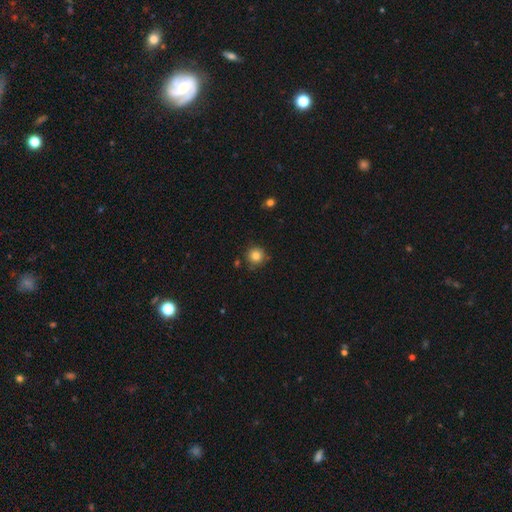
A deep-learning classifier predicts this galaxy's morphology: Smooth or featured: smooth — 83% (star or artifact — 11%)
How rounded: round — 94% (in between — 5%)
Merging: none — 85% (minor disturbance — 10%)